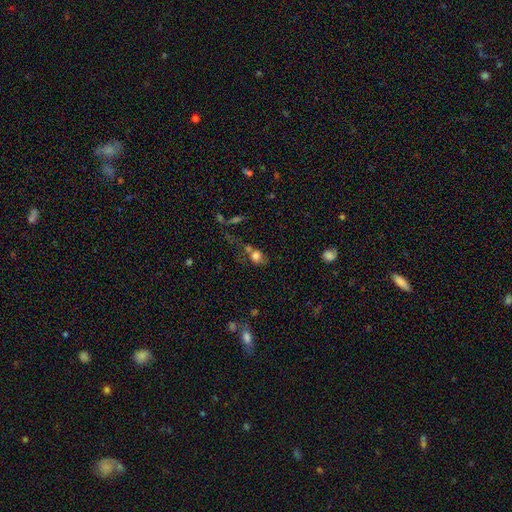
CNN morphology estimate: Q: Smooth or featured?
A: smooth (74%); runner-up: featured or disk (14%)
Q: How rounded?
A: round (53%); runner-up: in between (45%)
Q: Merging?
A: merger (38%); runner-up: none (32%)